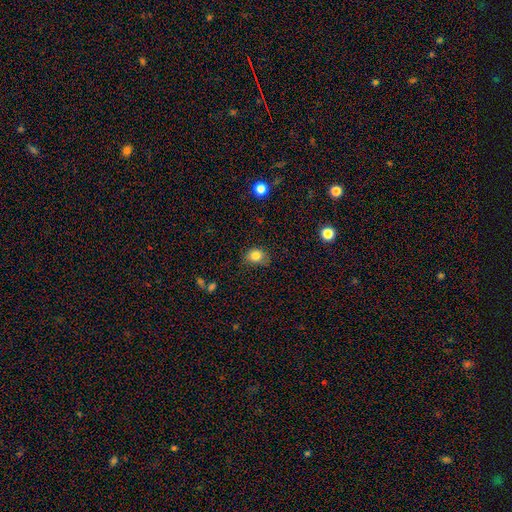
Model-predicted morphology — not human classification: Overall: smooth (82%). How rounded: round (57%; in between 42%). Merging: none (62%; minor disturbance 29%).